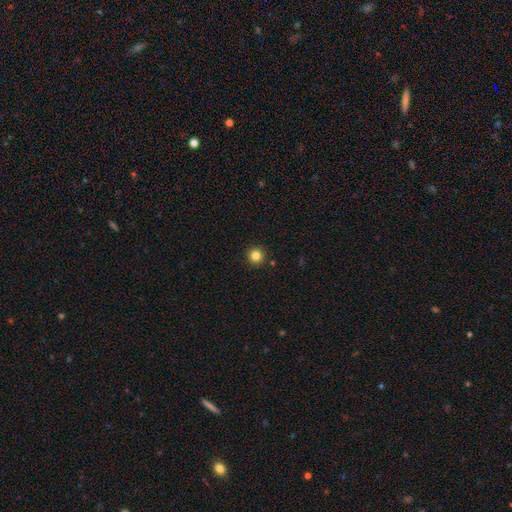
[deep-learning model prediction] smooth 83%, star or artifact 12%, featured or disk 5%. Down the decision tree: how rounded — round (96%); merging — none (93%).